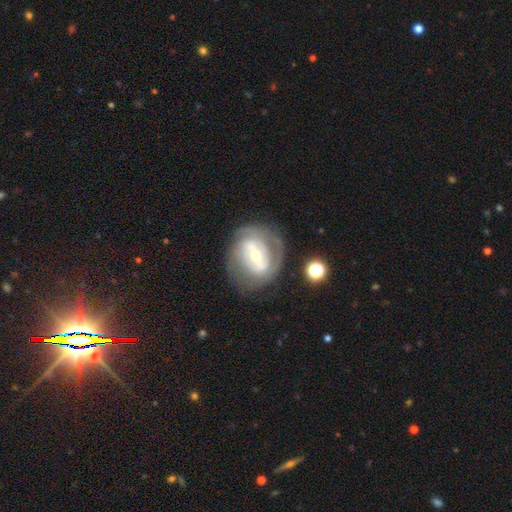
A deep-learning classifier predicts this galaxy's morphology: Smooth or featured? featured or disk (76%)
Edge-on disk? no (95%)
Bar? strong (41%)
Spiral arms? yes (73%)
Spiral winding? tight (54%)
Spiral arm count? 2 (54%)
Bulge size? moderate (57%)
Merging? none (70%)